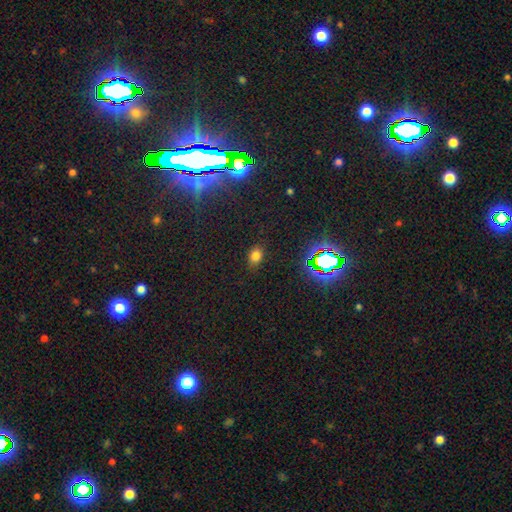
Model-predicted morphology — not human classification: Smooth or featured?
  - smooth: 73% *
  - star or artifact: 20%
  - featured or disk: 7%
How rounded?
  - in between: 71% *
  - round: 27%
  - cigar-shaped: 2%
Merging?
  - none: 82% *
  - minor disturbance: 13%
  - major disturbance: 4%
  - merger: 2%